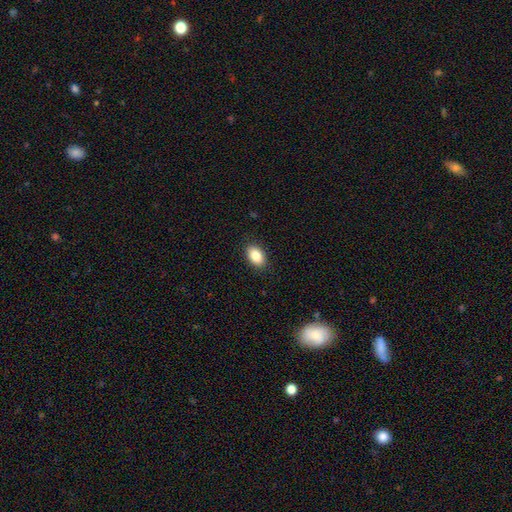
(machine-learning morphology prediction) This is clearly a smooth galaxy (87%). How rounded: clearly in between (90%). Merging: clearly none (88%).